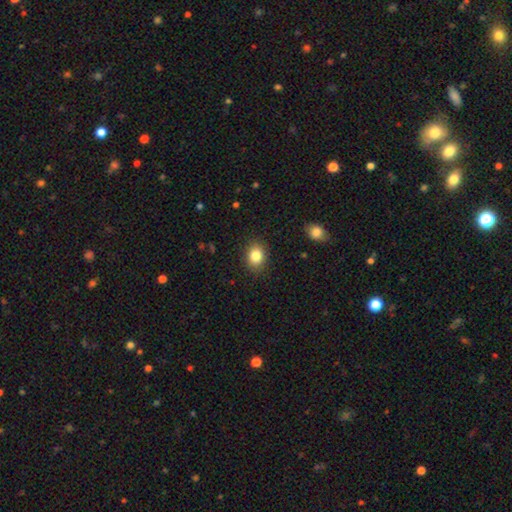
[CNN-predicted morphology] type=smooth (84%); roundness=in between (54%); merging=none (88%).